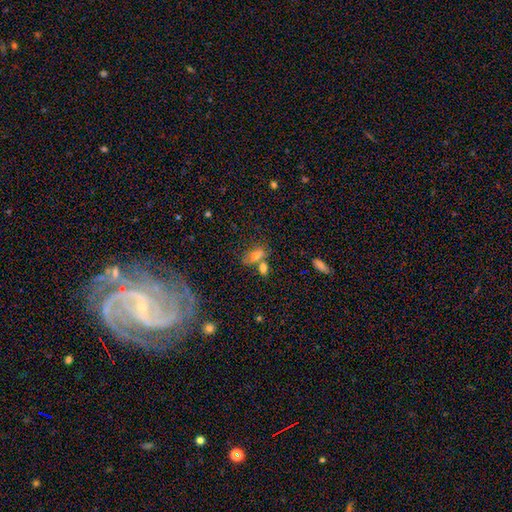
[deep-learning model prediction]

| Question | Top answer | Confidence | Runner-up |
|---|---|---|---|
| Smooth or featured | smooth | 68% | featured or disk (19%) |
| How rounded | in between | 79% | cigar-shaped (13%) |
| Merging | none | 41% | merger (36%) |